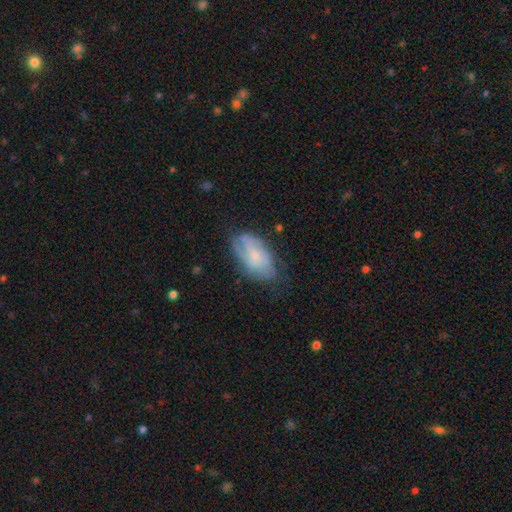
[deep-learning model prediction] A featured or disk galaxy (53%).

Vote fractions:
- Smooth or featured? featured or disk: 53% / smooth: 40% / star or artifact: 8%
- Edge-on disk? no: 94% / yes: 6%
- Merging? none: 60% / minor disturbance: 28% / major disturbance: 10% / merger: 2%